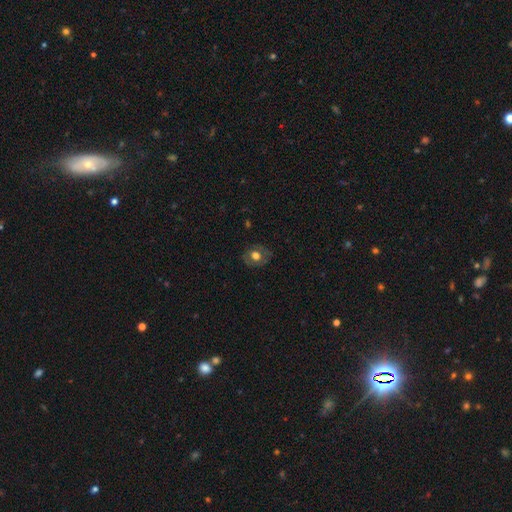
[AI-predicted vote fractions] smooth_or_featured: smooth (p=0.60) [alt: featured or disk p=0.30]
how_rounded: round (p=0.63) [alt: in between p=0.36]
merging: none (p=0.80) [alt: minor disturbance p=0.14]